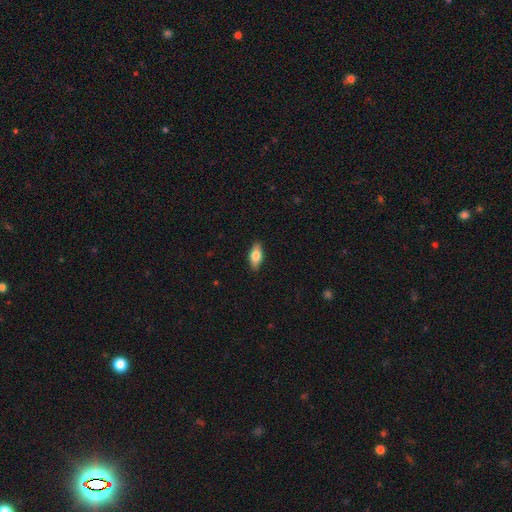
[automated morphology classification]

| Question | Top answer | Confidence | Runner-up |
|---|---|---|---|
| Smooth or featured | smooth | 74% | featured or disk (20%) |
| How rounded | in between | 82% | cigar-shaped (14%) |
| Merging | none | 88% | minor disturbance (9%) |